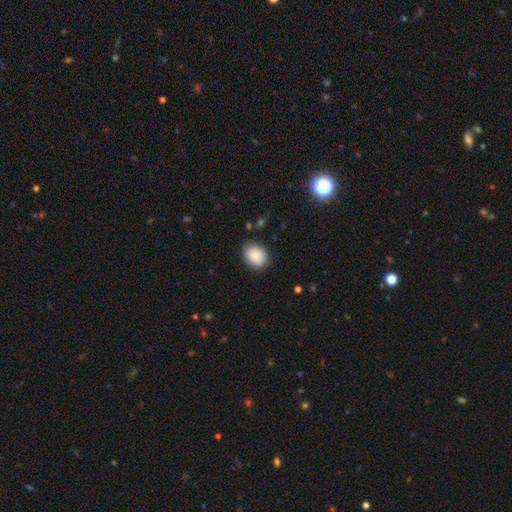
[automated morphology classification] This is clearly a smooth galaxy (85%). How rounded: possibly round (55%). Merging: clearly none (80%).